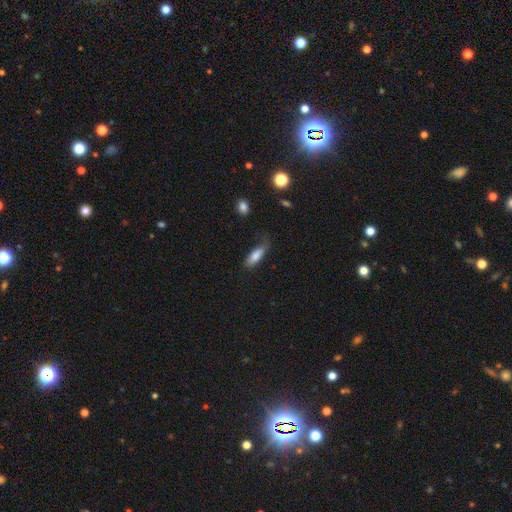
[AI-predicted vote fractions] The model was most divided on "merging": none: 54%, minor disturbance: 30%, major disturbance: 14%, merger: 2%. More confident: smooth or featured — smooth (82%); how rounded — in between (64%).